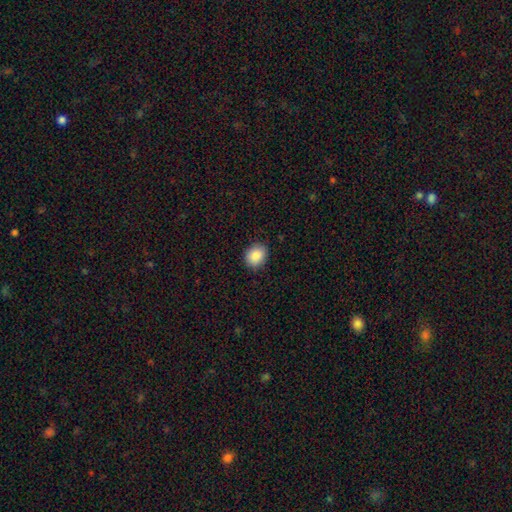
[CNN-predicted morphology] type=smooth (88%); roundness=round (56%); merging=none (87%).